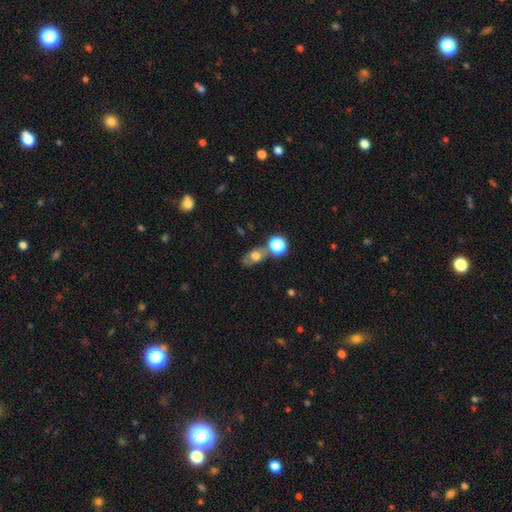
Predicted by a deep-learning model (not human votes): This is likely a smooth galaxy (61%). How rounded: likely in between (68%). Merging: possibly none (56%).